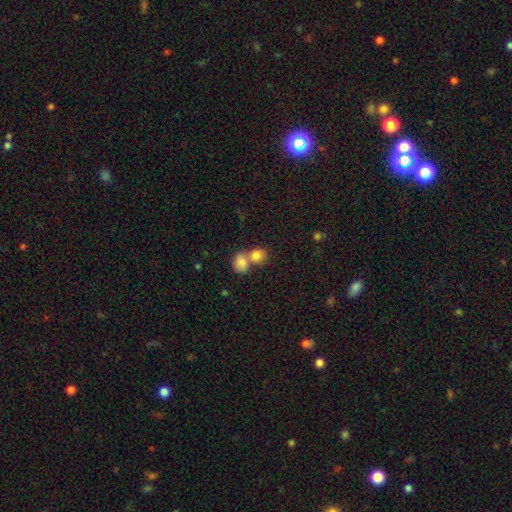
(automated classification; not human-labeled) Smooth or featured?
  - smooth: 82% *
  - star or artifact: 9%
  - featured or disk: 8%
How rounded?
  - round: 66% *
  - in between: 33%
  - cigar-shaped: 1%
Merging?
  - merger: 58% *
  - none: 33%
  - minor disturbance: 6%
  - major disturbance: 3%